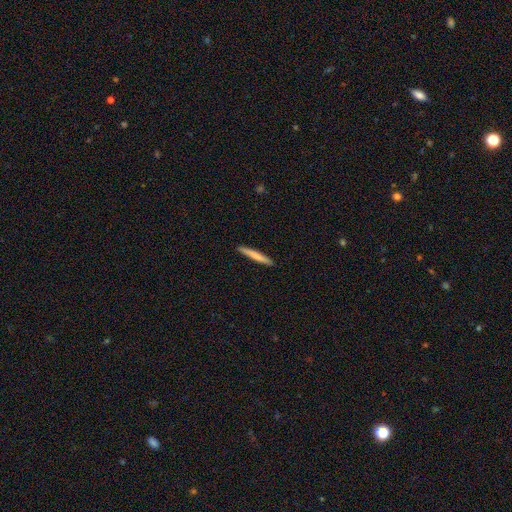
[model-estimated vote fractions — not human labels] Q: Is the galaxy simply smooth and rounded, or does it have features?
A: smooth — 72%.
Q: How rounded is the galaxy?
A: cigar-shaped — 96%.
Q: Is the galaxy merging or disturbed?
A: none — 91%.